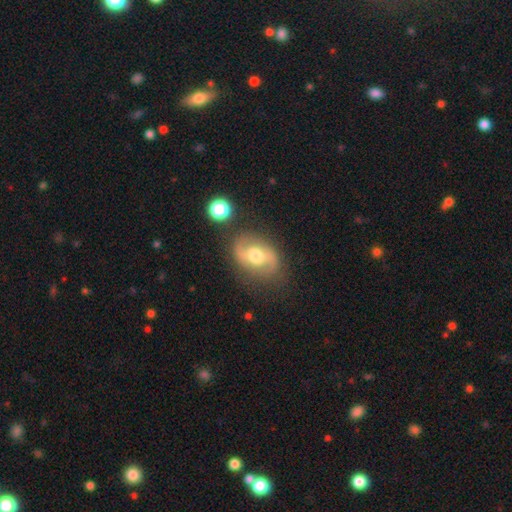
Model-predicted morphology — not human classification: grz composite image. It shows a featured or disk galaxy (71%) with a weak bar (46%), 2 (88%) medium (47%) spiral arms (86%) and a moderate central bulge (71%). Merging: none (74%).